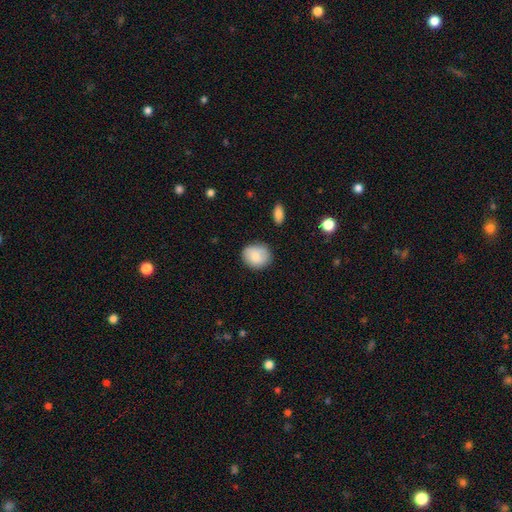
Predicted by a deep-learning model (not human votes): A smooth galaxy with no disk features (83%) that is round (65%). Merging: none (81%).